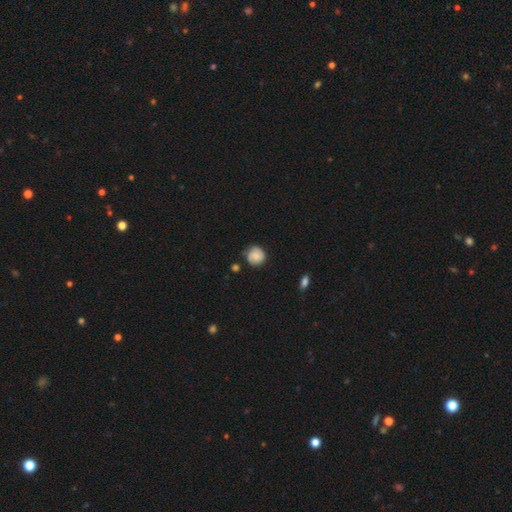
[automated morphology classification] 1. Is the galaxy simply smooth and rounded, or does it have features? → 69% smooth, 23% featured or disk, 8% star or artifact.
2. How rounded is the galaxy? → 89% round, 10% in between, 1% cigar-shaped.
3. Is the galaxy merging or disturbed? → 72% none, 20% minor disturbance, 4% major disturbance, 3% merger.